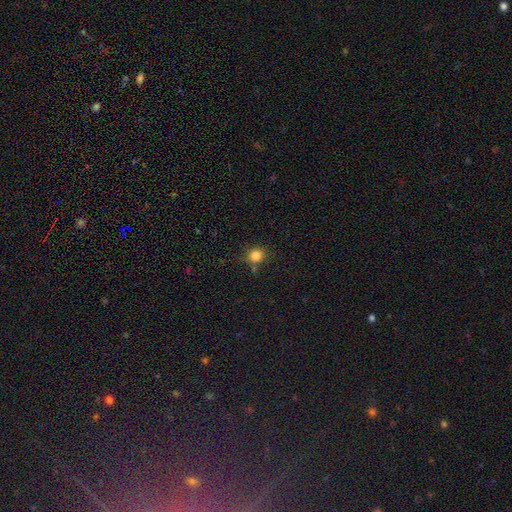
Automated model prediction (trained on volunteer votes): This appears to be a smooth galaxy with no disk features (82%) that is round (86%). Merging: none (74%).